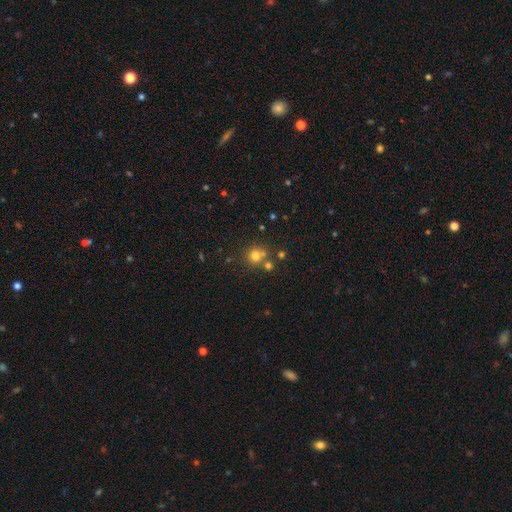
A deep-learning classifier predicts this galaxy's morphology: smooth-or-featured: smooth: 73% | star or artifact: 18% | featured or disk: 10%
  how-rounded: round: 89% | in between: 10% | cigar-shaped: 1%
  merging: none: 63% | merger: 26% | minor disturbance: 8% | major disturbance: 3%